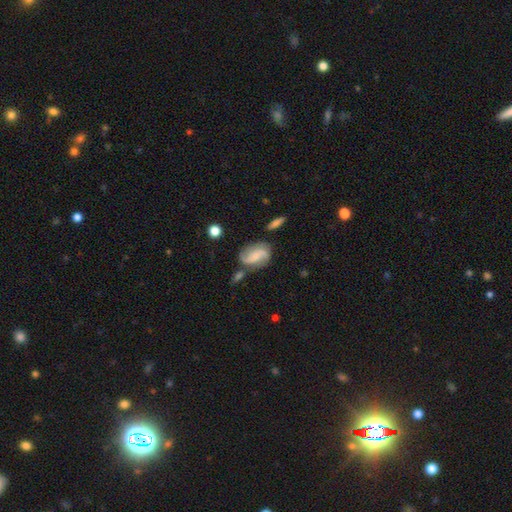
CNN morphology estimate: A featured or disk galaxy (70%) with no bar (47%), 2 (84%) medium (42%) spiral arms (94%) and a small central bulge (48%). Merging: none (61%).